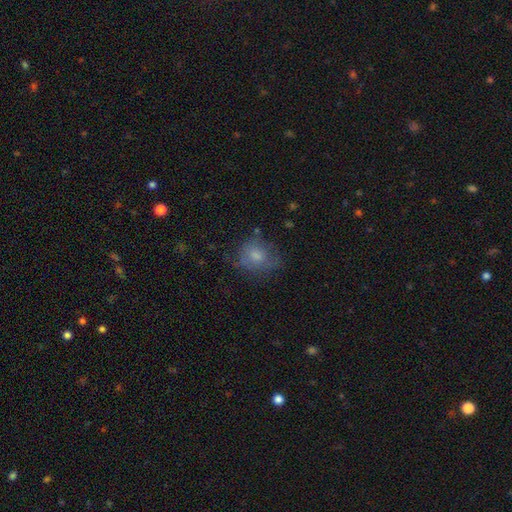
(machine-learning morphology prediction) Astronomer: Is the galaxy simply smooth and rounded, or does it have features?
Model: smooth — 71%.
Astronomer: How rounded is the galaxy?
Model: round — 69%.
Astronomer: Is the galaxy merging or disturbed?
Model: none — 56%.